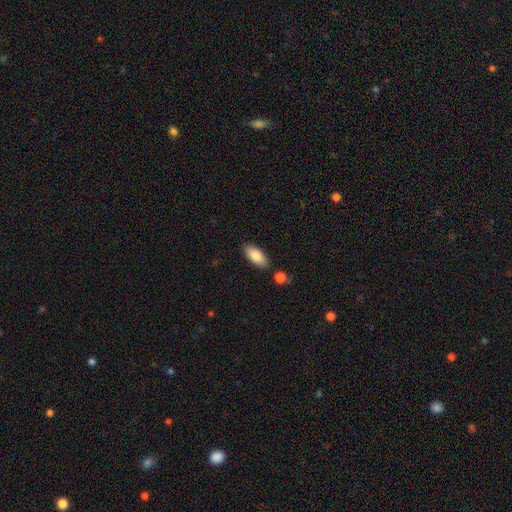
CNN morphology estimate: Smooth or featured? smooth (85%)
How rounded? in between (87%)
Merging? none (82%)